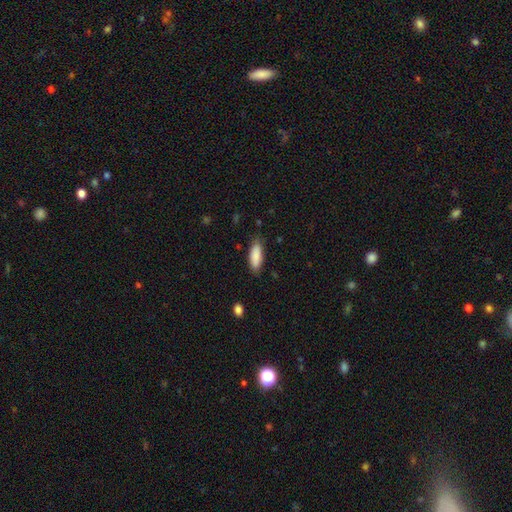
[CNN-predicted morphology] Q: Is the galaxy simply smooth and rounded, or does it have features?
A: smooth — 88%.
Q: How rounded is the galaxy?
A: in between — 69%.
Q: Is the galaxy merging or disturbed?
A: none — 80%.